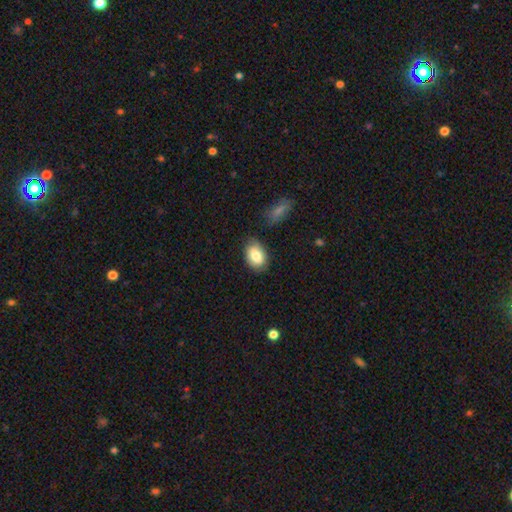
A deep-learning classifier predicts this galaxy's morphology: type=smooth (80%); roundness=in between (84%); merging=none (79%).